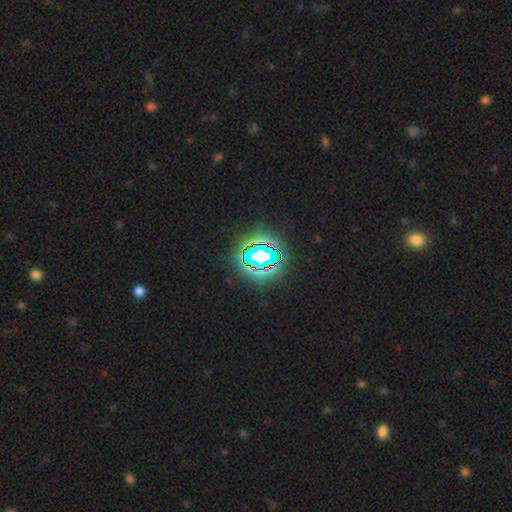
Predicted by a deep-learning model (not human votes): Smooth or featured: star or artifact — 71% (smooth — 16%)